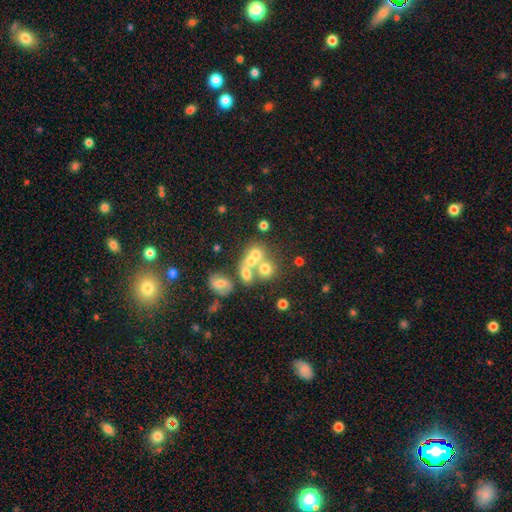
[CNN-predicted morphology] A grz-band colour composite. It shows a smooth galaxy with no disk features (52%) that is round (67%). Merging: merger (51%).